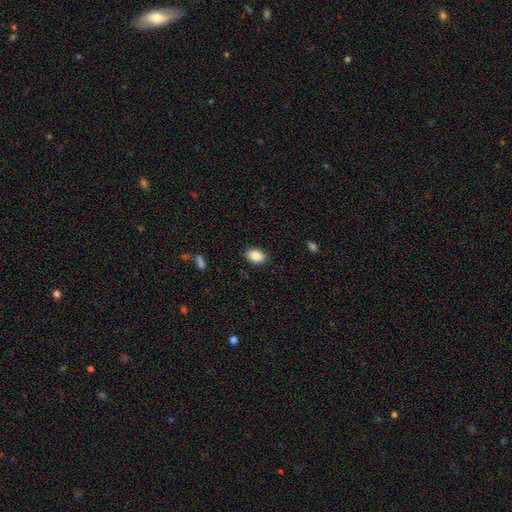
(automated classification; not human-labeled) The model was most divided on "merging": none: 86%, minor disturbance: 10%, major disturbance: 2%, merger: 1%. More confident: how rounded — in between (88%); smooth or featured — smooth (87%).